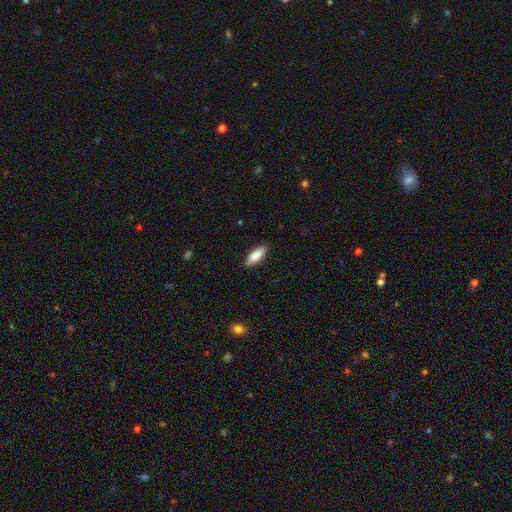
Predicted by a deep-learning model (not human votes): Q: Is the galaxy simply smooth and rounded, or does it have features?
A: smooth — 84%.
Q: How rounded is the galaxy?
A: in between — 71%.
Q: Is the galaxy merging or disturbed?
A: none — 88%.